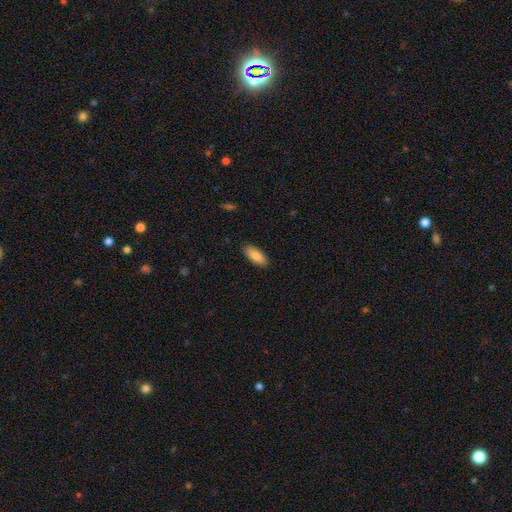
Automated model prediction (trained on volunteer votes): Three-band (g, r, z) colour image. It shows a smooth galaxy with no disk features (87%) that is in between round and cigar-shaped (80%). Merging: none (88%).